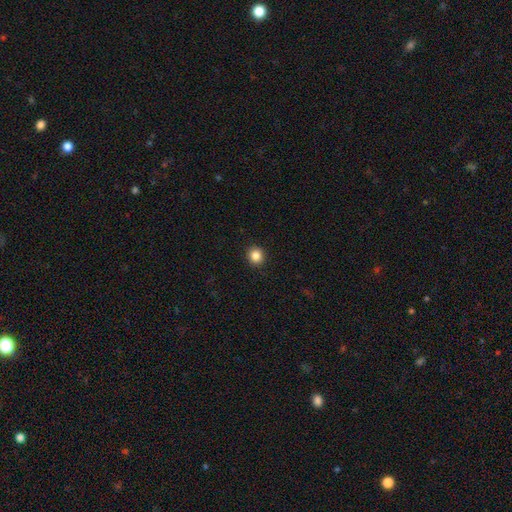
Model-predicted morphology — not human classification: Smooth or featured? smooth (85%)
How rounded? round (88%)
Merging? none (93%)